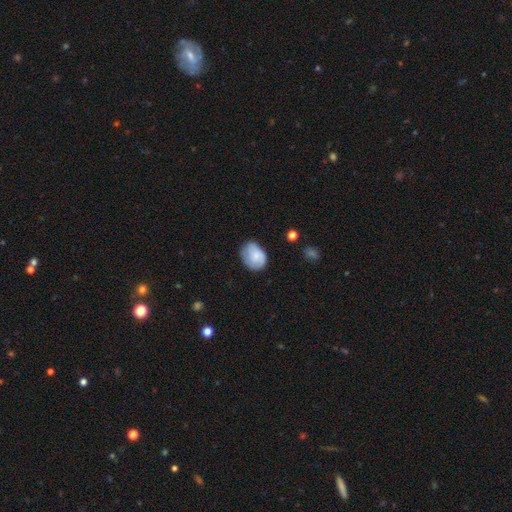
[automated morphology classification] smooth_or_featured: smooth (p=0.74) [alt: featured or disk p=0.19]
how_rounded: in between (p=0.65) [alt: round p=0.34]
merging: none (p=0.59) [alt: minor disturbance p=0.31]